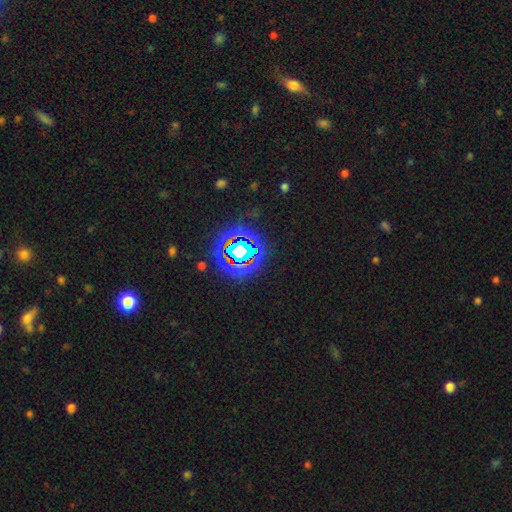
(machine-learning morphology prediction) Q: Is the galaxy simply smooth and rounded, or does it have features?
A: star or artifact — 81%.